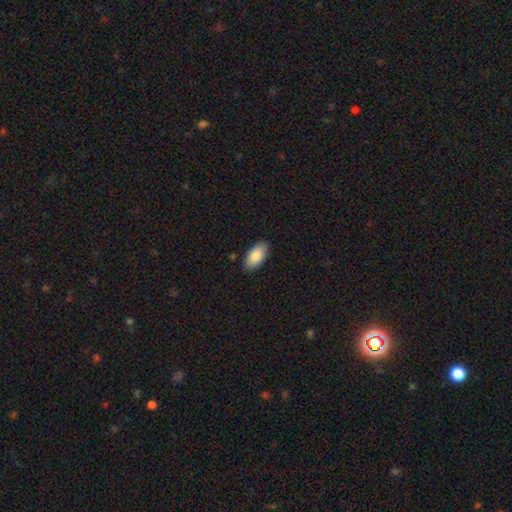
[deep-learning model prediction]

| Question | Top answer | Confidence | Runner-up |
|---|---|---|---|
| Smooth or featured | smooth | 86% | featured or disk (7%) |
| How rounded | in between | 94% | cigar-shaped (4%) |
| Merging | none | 88% | minor disturbance (9%) |